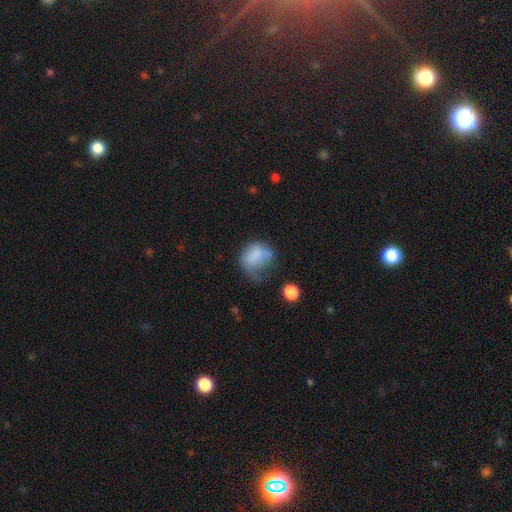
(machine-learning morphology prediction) The model was most divided on "how rounded": round: 50%, in between: 48%, cigar-shaped: 1%. Remaining: smooth or featured — smooth (74%); merging — major disturbance (37%).